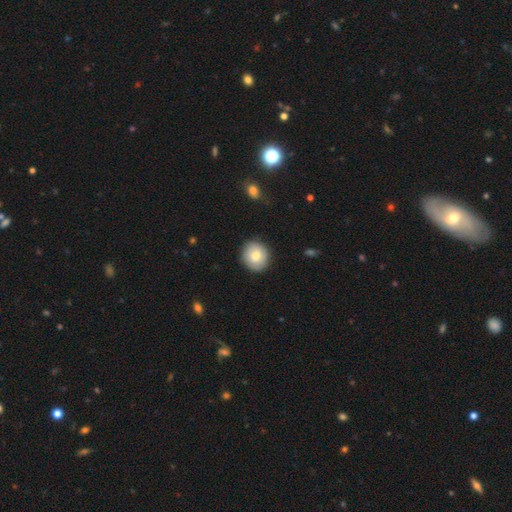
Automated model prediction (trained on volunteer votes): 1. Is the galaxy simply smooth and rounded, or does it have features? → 75% smooth, 18% featured or disk, 7% star or artifact.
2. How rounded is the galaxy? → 83% round, 16% in between, 1% cigar-shaped.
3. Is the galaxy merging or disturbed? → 87% none, 10% minor disturbance, 2% major disturbance, 1% merger.